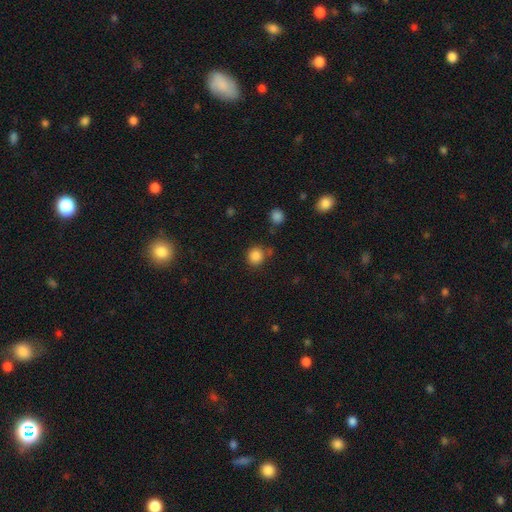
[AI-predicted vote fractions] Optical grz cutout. It shows a smooth galaxy with no disk features (85%) that is round (89%). Merging: none (77%).